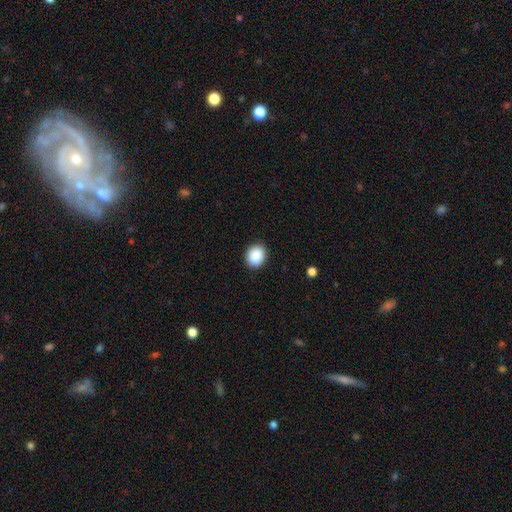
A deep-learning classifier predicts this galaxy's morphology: This is clearly a smooth galaxy (90%). How rounded: possibly round (56%). Merging: clearly none (90%).